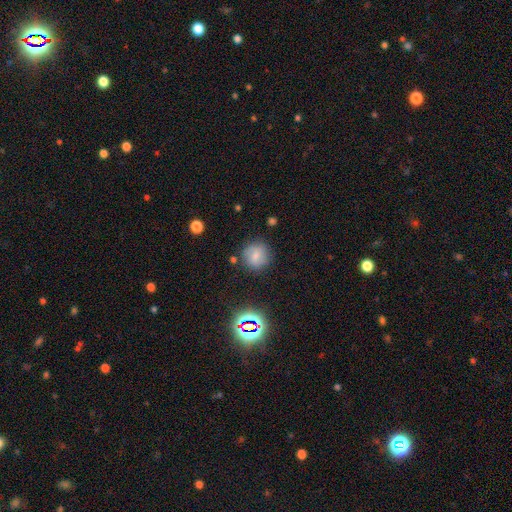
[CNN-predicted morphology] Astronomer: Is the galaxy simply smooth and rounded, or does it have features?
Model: smooth — 62%.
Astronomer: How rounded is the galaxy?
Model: round — 90%.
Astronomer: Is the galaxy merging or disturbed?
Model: none — 80%.